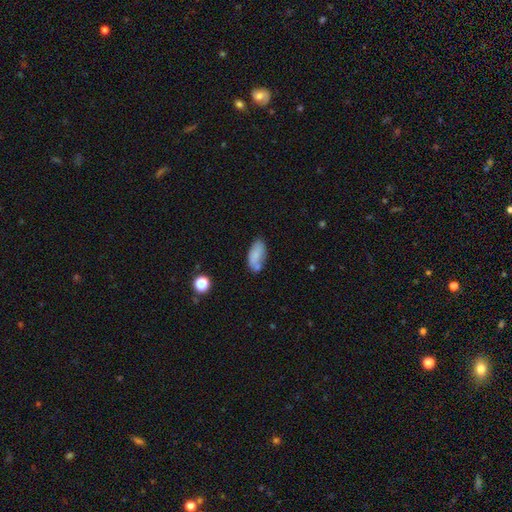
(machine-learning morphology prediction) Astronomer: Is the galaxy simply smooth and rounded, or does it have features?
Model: smooth — 78%.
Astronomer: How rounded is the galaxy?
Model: in between — 90%.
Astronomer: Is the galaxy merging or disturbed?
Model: none — 55%.